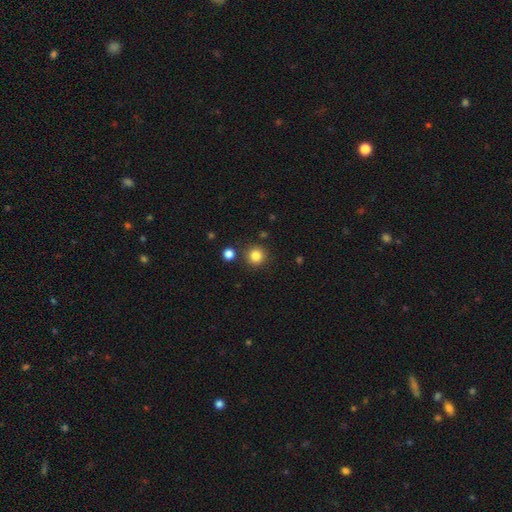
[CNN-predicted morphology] A smooth galaxy with no disk features (83%) that is round (94%).

Vote fractions:
- Smooth or featured? smooth: 83% / star or artifact: 12% / featured or disk: 5%
- How rounded? round: 94% / in between: 5% / cigar-shaped: 1%
- Merging? none: 86% / minor disturbance: 7% / merger: 5% / major disturbance: 3%